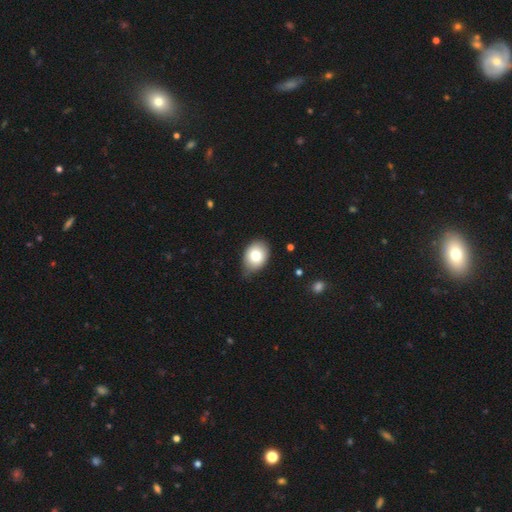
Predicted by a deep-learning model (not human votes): Smooth or featured: smooth — 78% (featured or disk — 14%)
How rounded: in between — 68% (round — 31%)
Merging: none — 69% (minor disturbance — 25%)